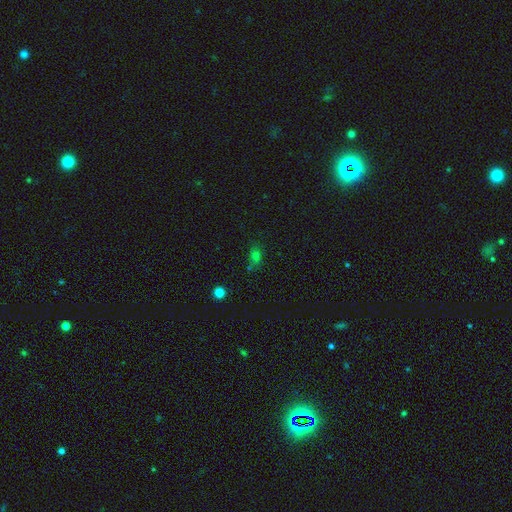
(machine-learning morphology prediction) The model was most divided on "how rounded": in between: 64%, round: 31%, cigar-shaped: 4%. More confident: smooth or featured — smooth (64%); merging — none (63%).